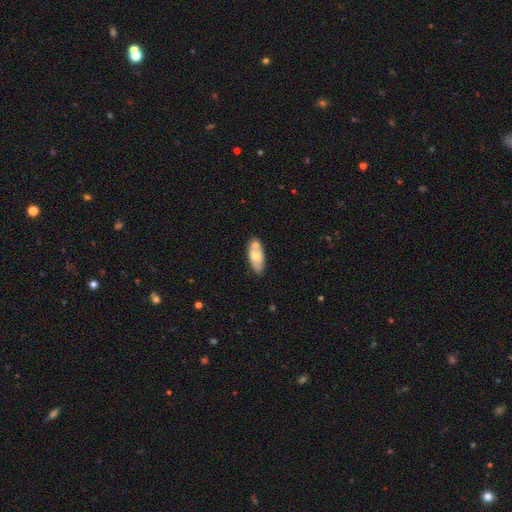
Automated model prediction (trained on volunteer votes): A smooth galaxy with no disk features (59%) that is in between round and cigar-shaped (84%).

Vote fractions:
- Smooth or featured? smooth: 59% / featured or disk: 35% / star or artifact: 6%
- How rounded? in between: 84% / cigar-shaped: 12% / round: 3%
- Merging? none: 56% / merger: 25% / minor disturbance: 16% / major disturbance: 4%